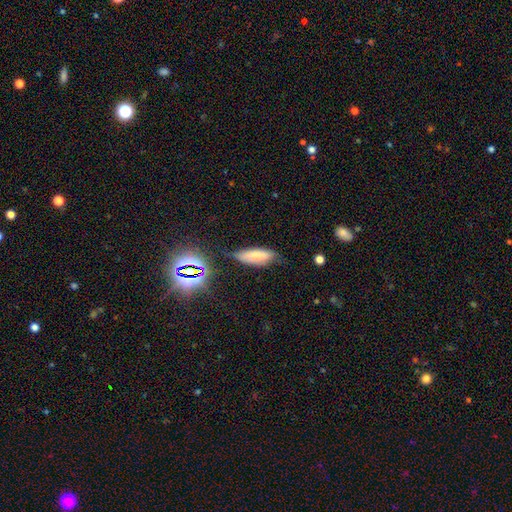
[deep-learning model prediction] The model was most divided on "merging": none: 59%, minor disturbance: 30%, major disturbance: 8%, merger: 3%. More confident: smooth or featured — smooth (72%); how rounded — in between (63%).